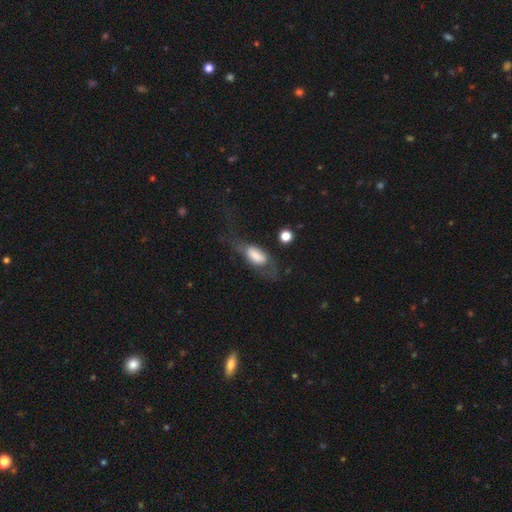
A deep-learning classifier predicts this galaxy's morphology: A smooth galaxy with no disk features (64%) that is in between round and cigar-shaped (82%).

Vote fractions:
- Smooth or featured? smooth: 64% / featured or disk: 28% / star or artifact: 8%
- How rounded? in between: 82% / cigar-shaped: 13% / round: 5%
- Merging? major disturbance: 50% / none: 24% / minor disturbance: 21% / merger: 5%